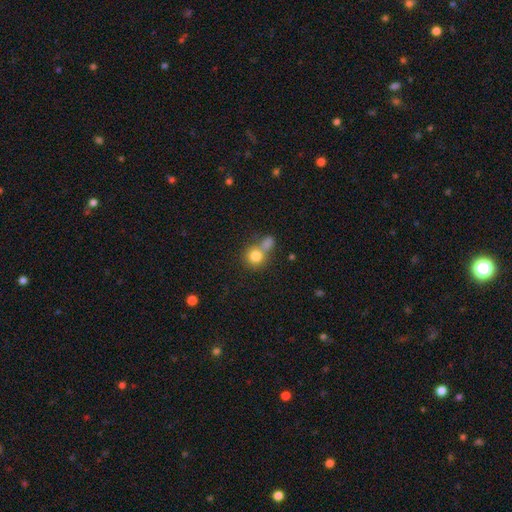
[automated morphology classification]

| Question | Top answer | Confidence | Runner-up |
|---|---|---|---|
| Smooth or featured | smooth | 79% | star or artifact (10%) |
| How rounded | round | 85% | in between (14%) |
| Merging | merger | 46% | none (41%) |